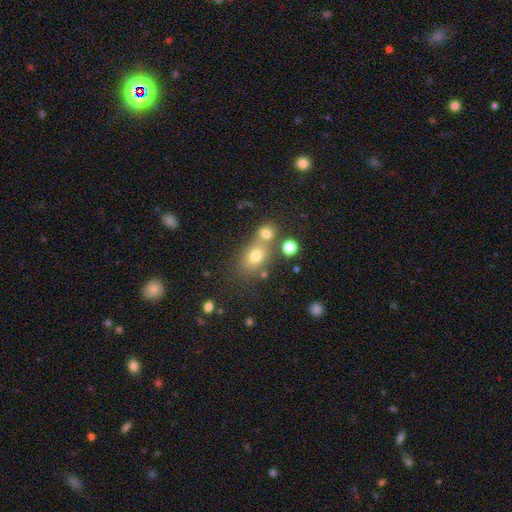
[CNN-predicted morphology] This is likely a smooth galaxy (69%). How rounded: possibly in between (58%). Merging: possibly none (47%).